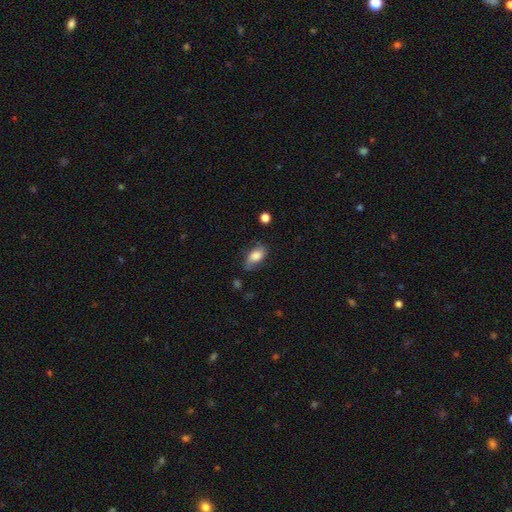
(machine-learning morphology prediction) Overall: smooth (65%; featured or disk 26%). How rounded: in between (89%). Merging: none (61%; minor disturbance 27%).